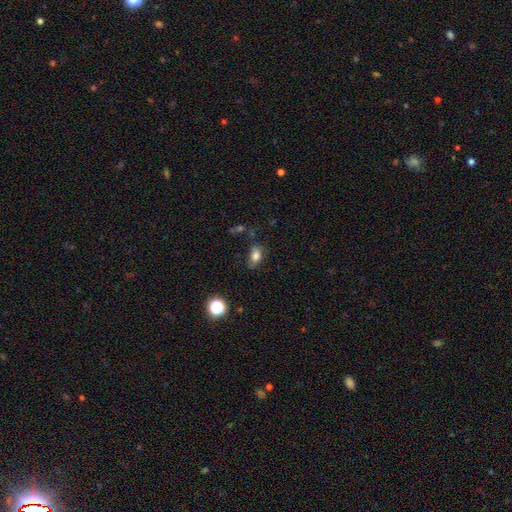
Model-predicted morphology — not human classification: Smooth or featured: smooth — 78% (star or artifact — 11%)
How rounded: in between — 81% (round — 15%)
Merging: none — 61% (minor disturbance — 26%)